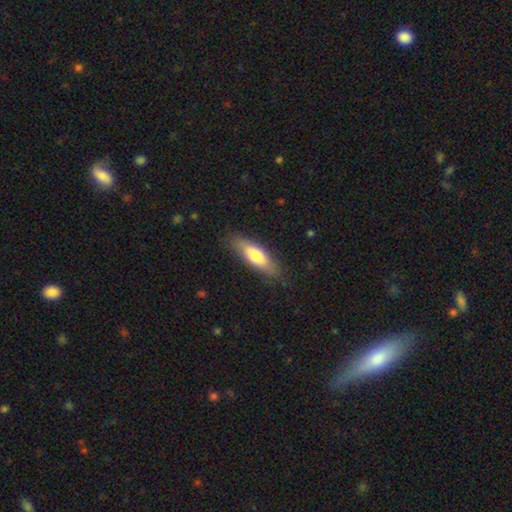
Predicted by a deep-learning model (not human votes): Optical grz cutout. It shows a smooth galaxy with no disk features (69%) that is in between round and cigar-shaped (50%). Merging: none (82%).